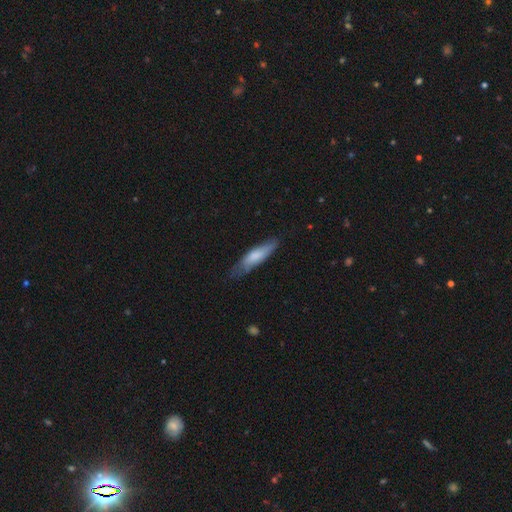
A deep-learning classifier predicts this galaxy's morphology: Smooth or featured: smooth — 72% (featured or disk — 23%)
How rounded: cigar-shaped — 68% (in between — 30%)
Merging: none — 65% (minor disturbance — 27%)